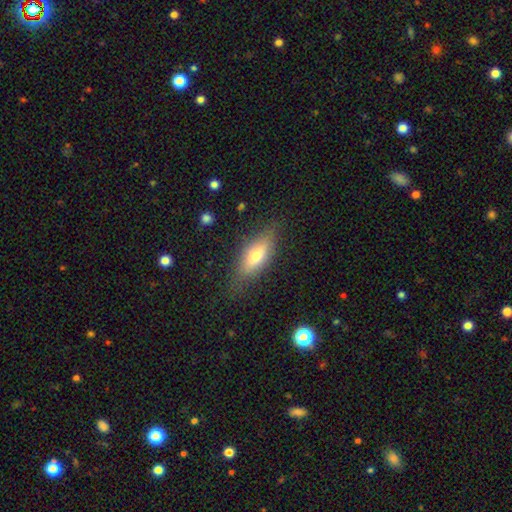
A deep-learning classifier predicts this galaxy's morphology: smooth 59%, featured or disk 34%, star or artifact 8%. Down the decision tree: how rounded — in between (65%); merging — none (76%).